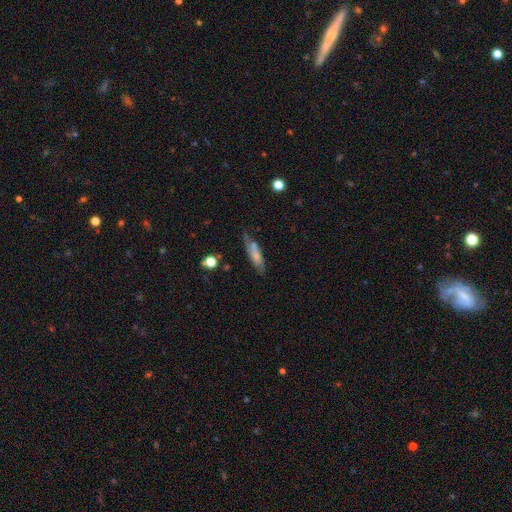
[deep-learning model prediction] This is possibly a smooth galaxy (54%). How rounded: likely cigar-shaped (70%). Merging: likely none (62%).